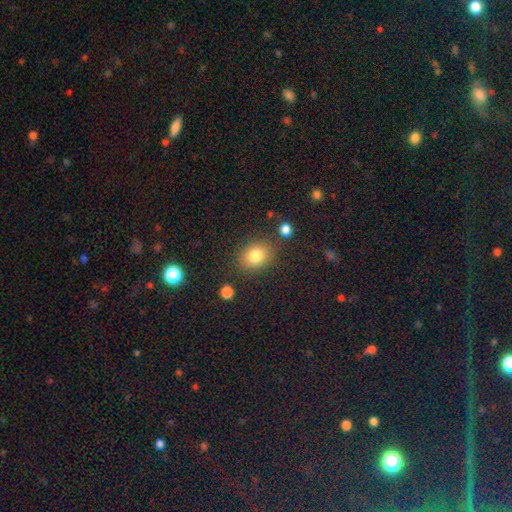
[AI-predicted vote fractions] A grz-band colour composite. It shows a smooth galaxy with no disk features (82%) that is in between round and cigar-shaped (52%). Merging: none (81%).